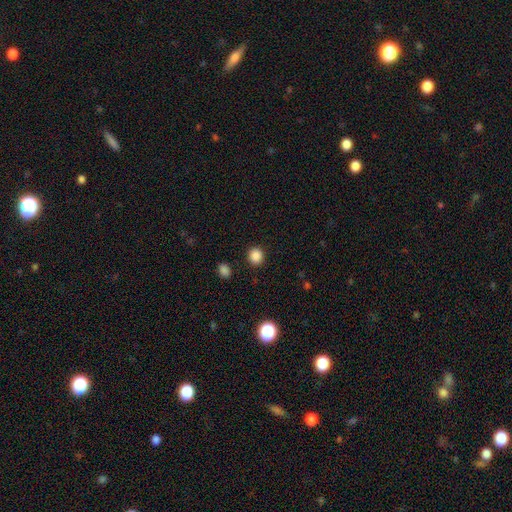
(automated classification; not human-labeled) A smooth galaxy with no disk features (86%) that is round (84%). Merging: none (90%).